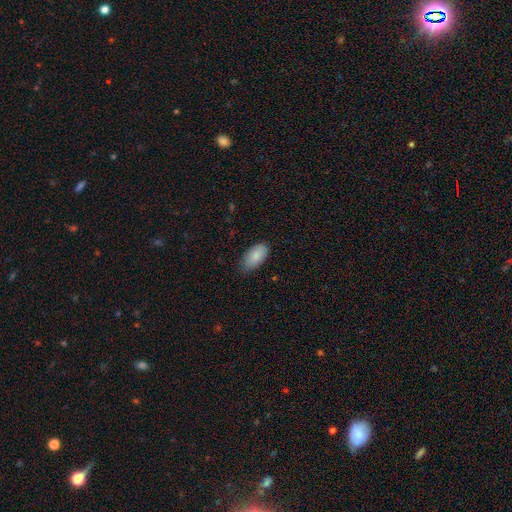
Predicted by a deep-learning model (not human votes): Smooth or featured: smooth — 87% (featured or disk — 7%)
How rounded: in between — 95% (cigar-shaped — 3%)
Merging: none — 76% (minor disturbance — 21%)